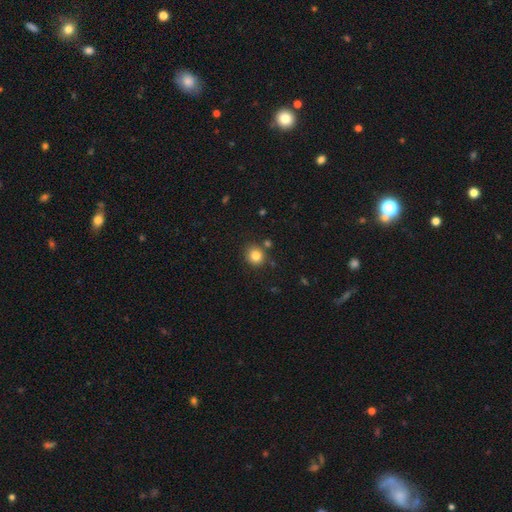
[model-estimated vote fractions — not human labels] smooth_or_featured: smooth (p=0.83) [alt: star or artifact p=0.11]
how_rounded: round (p=0.89) [alt: in between p=0.10]
merging: none (p=0.83) [alt: minor disturbance p=0.08]